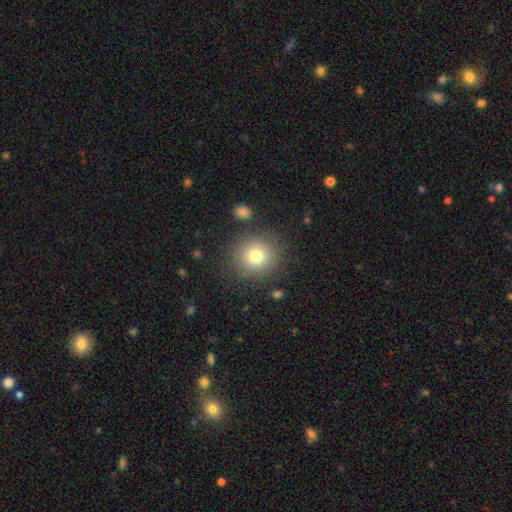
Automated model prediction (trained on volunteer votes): The model was most divided on "smooth or featured": smooth: 77%, star or artifact: 12%, featured or disk: 11%. More confident: how rounded — round (89%); merging — none (85%).